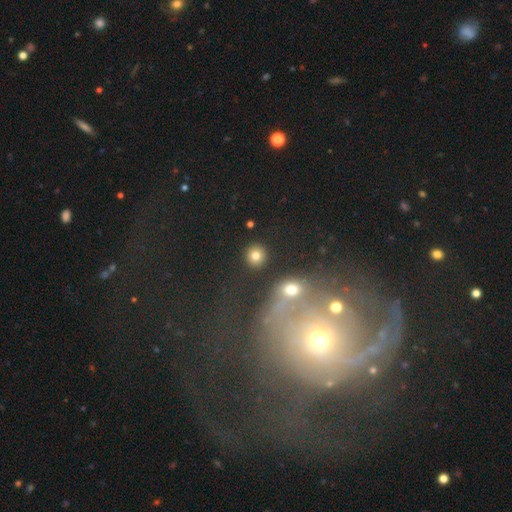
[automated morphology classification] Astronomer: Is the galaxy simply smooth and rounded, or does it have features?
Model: smooth — 82%.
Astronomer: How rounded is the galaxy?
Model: round — 91%.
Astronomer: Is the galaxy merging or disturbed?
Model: none — 89%.